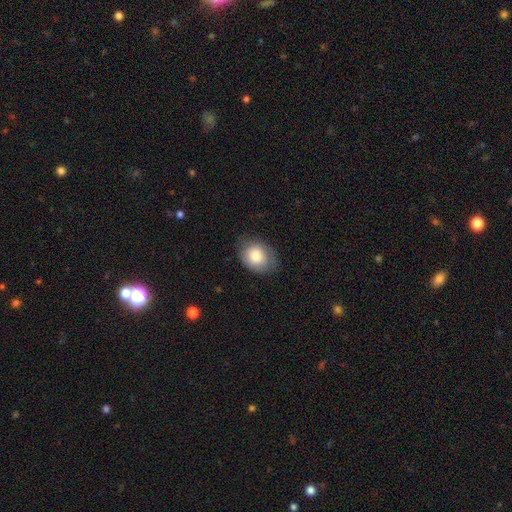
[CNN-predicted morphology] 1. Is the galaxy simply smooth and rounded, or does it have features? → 82% smooth, 11% featured or disk, 7% star or artifact.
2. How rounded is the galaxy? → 65% in between, 34% round, 1% cigar-shaped.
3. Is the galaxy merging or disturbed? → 76% none, 18% minor disturbance, 5% major disturbance, 1% merger.